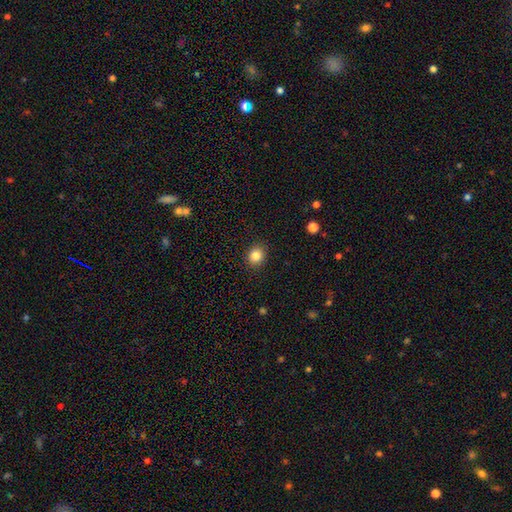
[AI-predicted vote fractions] Q: Smooth or featured?
A: smooth (84%); runner-up: star or artifact (11%)
Q: How rounded?
A: round (75%); runner-up: in between (24%)
Q: Merging?
A: none (91%); runner-up: minor disturbance (6%)